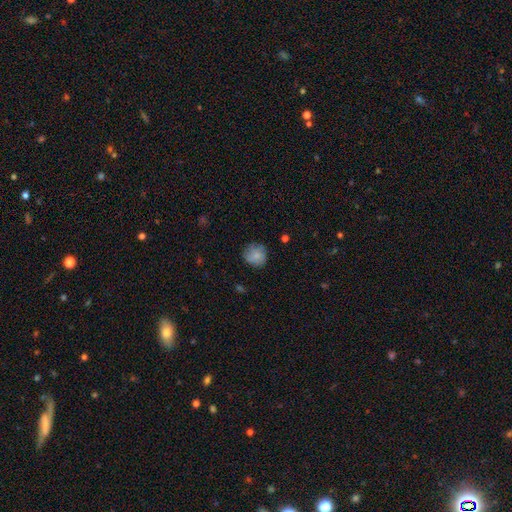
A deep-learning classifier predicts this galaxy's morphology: smooth 81%, featured or disk 11%, star or artifact 9%. Down the decision tree: how rounded — round (86%); merging — none (75%).